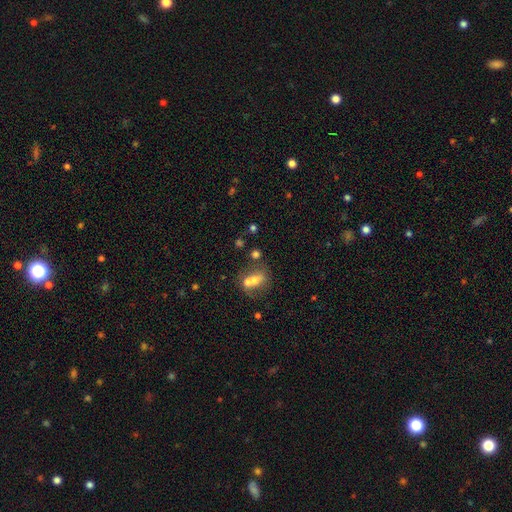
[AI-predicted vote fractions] A smooth galaxy with no disk features (51%) that is in between round and cigar-shaped (59%).

Vote fractions:
- Smooth or featured? smooth: 51% / featured or disk: 27% / star or artifact: 21%
- How rounded? in between: 59% / round: 23% / cigar-shaped: 18%
- Merging? none: 52% / merger: 26% / minor disturbance: 14% / major disturbance: 8%